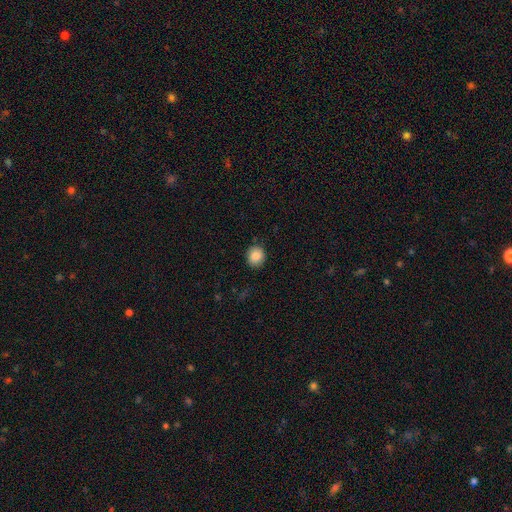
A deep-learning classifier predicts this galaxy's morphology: smooth-or-featured: smooth: 87% | star or artifact: 9% | featured or disk: 4%
  how-rounded: round: 80% | in between: 19% | cigar-shaped: 1%
  merging: none: 87% | minor disturbance: 10% | major disturbance: 2% | merger: 1%